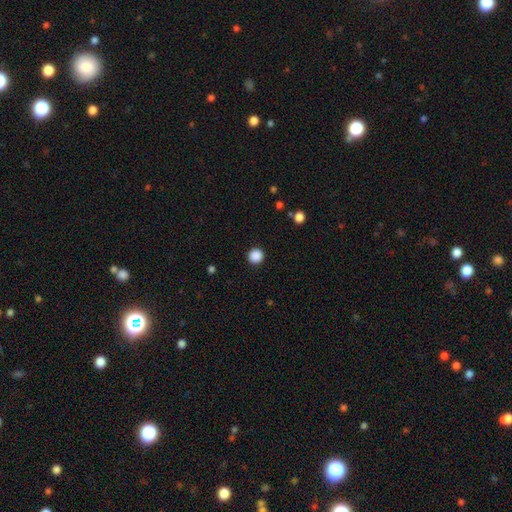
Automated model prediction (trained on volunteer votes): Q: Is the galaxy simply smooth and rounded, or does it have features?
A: smooth — 88%.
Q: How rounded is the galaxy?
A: round — 94%.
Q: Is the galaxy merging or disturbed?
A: none — 92%.